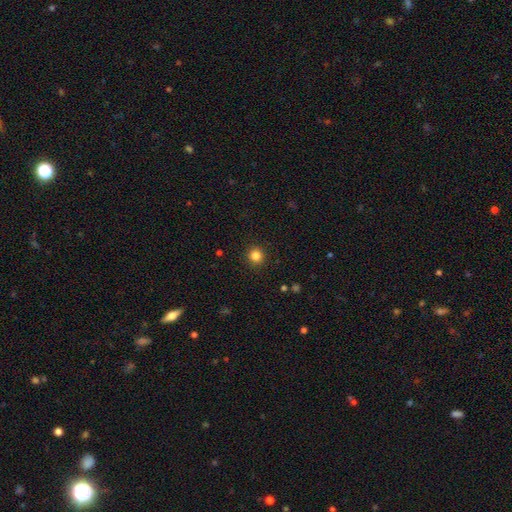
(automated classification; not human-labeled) smooth_or_featured: smooth (p=0.84) [alt: star or artifact p=0.12]
how_rounded: round (p=0.92) [alt: in between p=0.07]
merging: none (p=0.92) [alt: minor disturbance p=0.05]